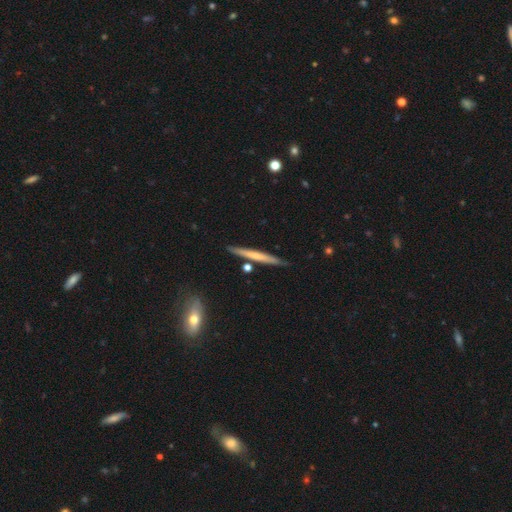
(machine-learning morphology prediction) This is possibly a smooth galaxy (51%). How rounded: clearly cigar-shaped (96%). Merging: clearly none (83%).